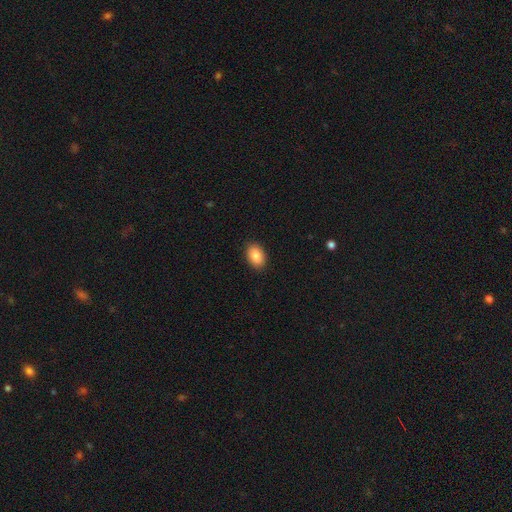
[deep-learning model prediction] Q: Smooth or featured?
A: smooth (87%); runner-up: star or artifact (7%)
Q: How rounded?
A: in between (87%); runner-up: round (12%)
Q: Merging?
A: none (90%); runner-up: minor disturbance (7%)